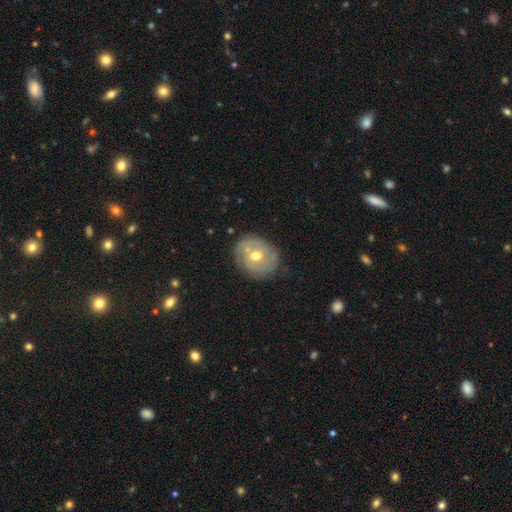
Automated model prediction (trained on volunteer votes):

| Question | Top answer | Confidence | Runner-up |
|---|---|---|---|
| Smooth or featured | featured or disk | 53% | smooth (40%) |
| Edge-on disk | no | 95% | yes (5%) |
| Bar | no | 73% | weak (22%) |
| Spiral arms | no | 61% | yes (39%) |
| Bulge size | moderate | 78% | small (15%) |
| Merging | none | 71% | minor disturbance (19%) |